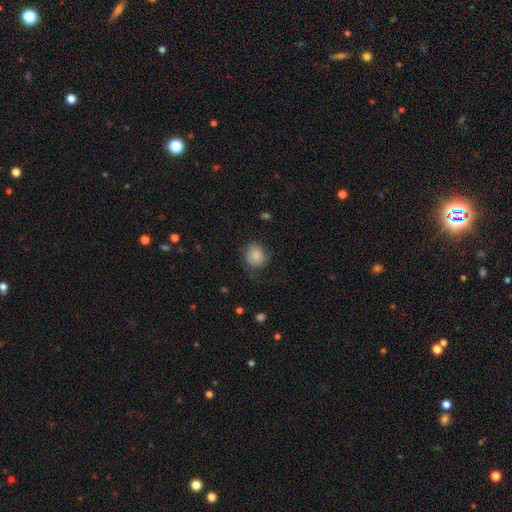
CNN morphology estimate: A smooth galaxy with no disk features (83%) that is round (77%).

Vote fractions:
- Smooth or featured? smooth: 83% / featured or disk: 9% / star or artifact: 8%
- How rounded? round: 77% / in between: 22% / cigar-shaped: 1%
- Merging? none: 67% / minor disturbance: 23% / major disturbance: 9% / merger: 1%